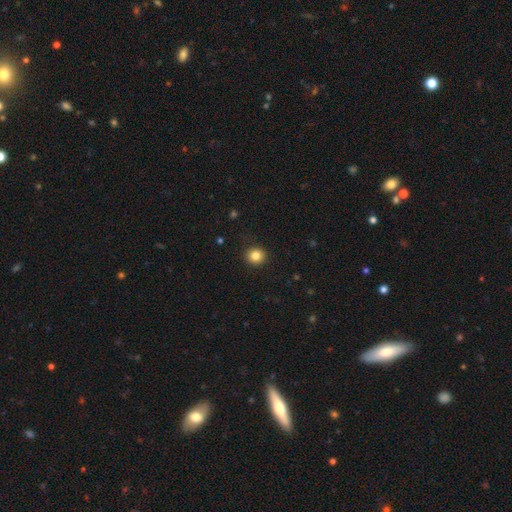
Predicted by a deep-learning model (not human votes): smooth 84%, star or artifact 11%, featured or disk 5%. Down the decision tree: how rounded — round (91%); merging — none (91%).